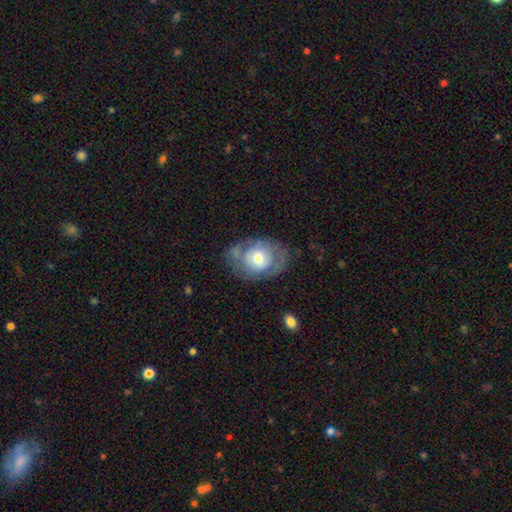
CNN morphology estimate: featured or disk 51%, smooth 41%, star or artifact 7%. Down the decision tree: edge-on disk — no (94%); merging — none (63%).